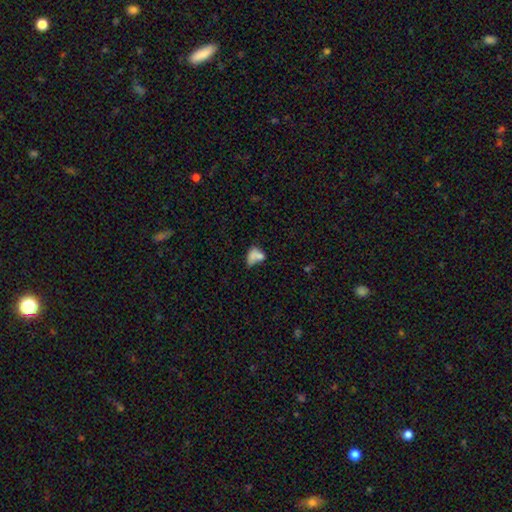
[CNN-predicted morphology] Smooth or featured?
  - smooth: 69% *
  - featured or disk: 19%
  - star or artifact: 12%
How rounded?
  - in between: 79% *
  - round: 18%
  - cigar-shaped: 3%
Merging?
  - merger: 48% *
  - none: 21%
  - major disturbance: 16%
  - minor disturbance: 15%